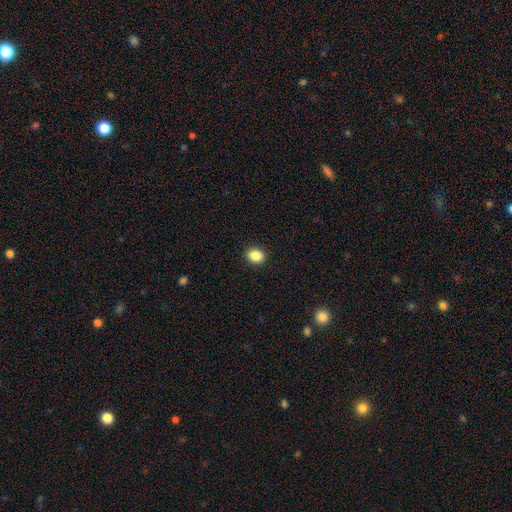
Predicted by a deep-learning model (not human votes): A smooth galaxy with no disk features (87%) that is round (55%). Merging: none (91%).